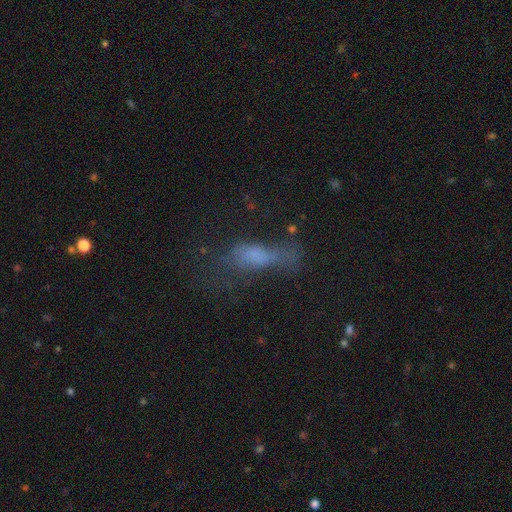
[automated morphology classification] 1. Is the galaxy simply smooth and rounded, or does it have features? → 54% smooth, 27% featured or disk, 19% star or artifact.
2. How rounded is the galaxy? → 55% in between, 40% cigar-shaped, 5% round.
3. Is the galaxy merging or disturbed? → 43% major disturbance, 29% none, 21% minor disturbance, 7% merger.